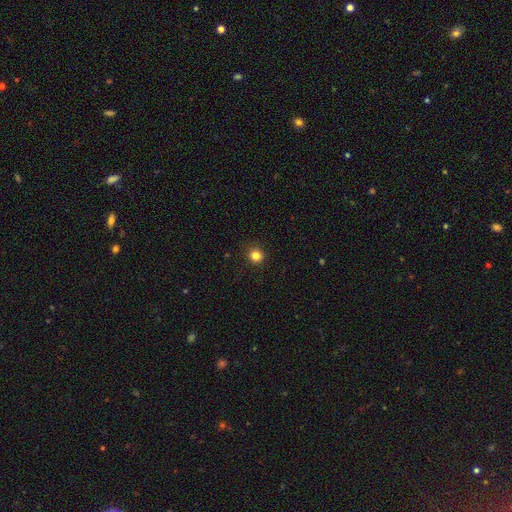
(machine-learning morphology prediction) smooth 83%, star or artifact 13%, featured or disk 4%. Down the decision tree: how rounded — round (94%); merging — none (92%).